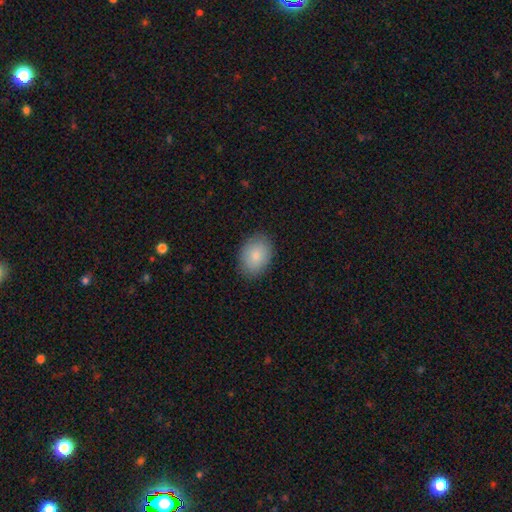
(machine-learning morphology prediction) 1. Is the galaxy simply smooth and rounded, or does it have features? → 86% smooth, 7% featured or disk, 7% star or artifact.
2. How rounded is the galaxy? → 74% in between, 25% round, 1% cigar-shaped.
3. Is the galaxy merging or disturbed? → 87% none, 10% minor disturbance, 2% major disturbance, 1% merger.